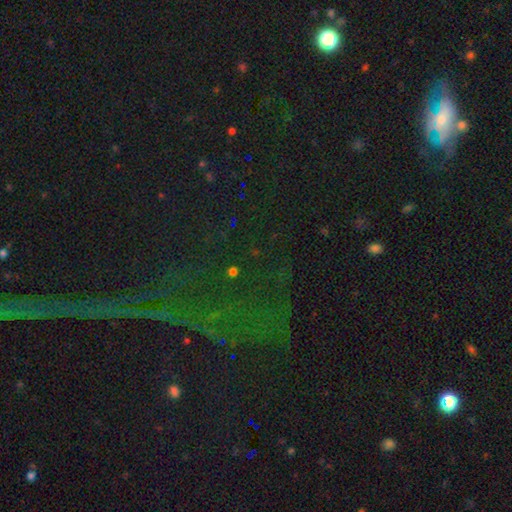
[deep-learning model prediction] Overall: star or artifact (78%).